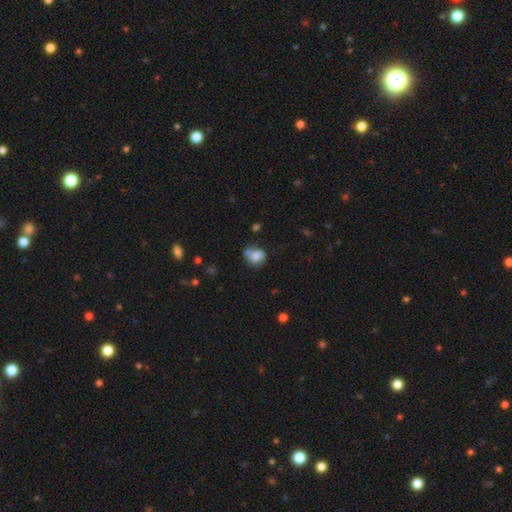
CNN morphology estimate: smooth_or_featured: smooth (p=0.66) [alt: featured or disk p=0.24]
how_rounded: round (p=0.67) [alt: in between p=0.32]
merging: none (p=0.46) [alt: merger p=0.23]